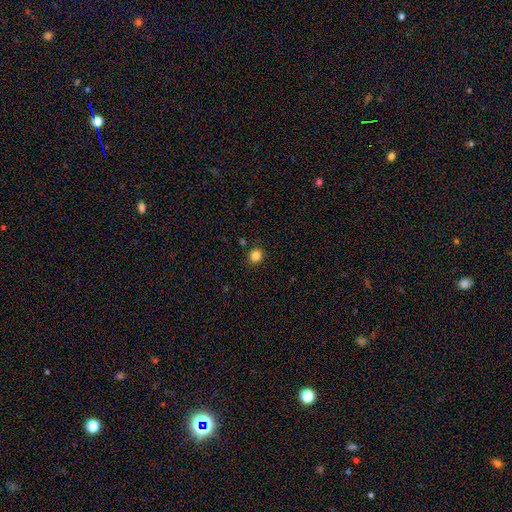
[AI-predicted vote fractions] This is clearly a smooth galaxy (84%). How rounded: clearly round (90%). Merging: clearly none (90%).